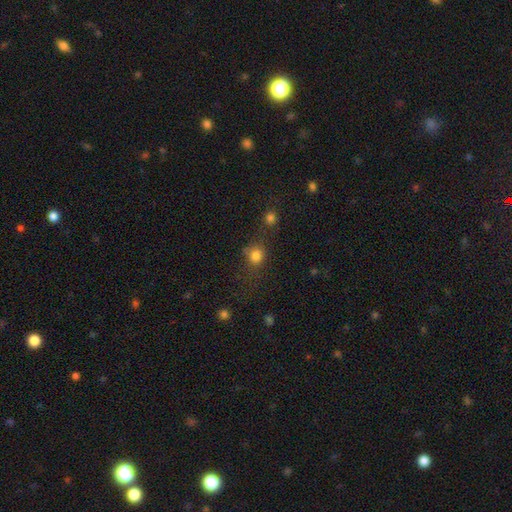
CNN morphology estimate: smooth-or-featured: smooth: 79% | star or artifact: 15% | featured or disk: 6%
  how-rounded: round: 84% | in between: 15% | cigar-shaped: 1%
  merging: none: 59% | merger: 17% | minor disturbance: 15% | major disturbance: 9%